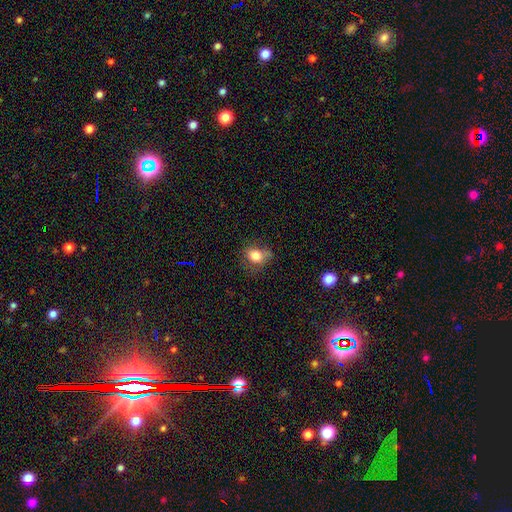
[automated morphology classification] A smooth galaxy with no disk features (79%) that is round (53%). Merging: none (55%).